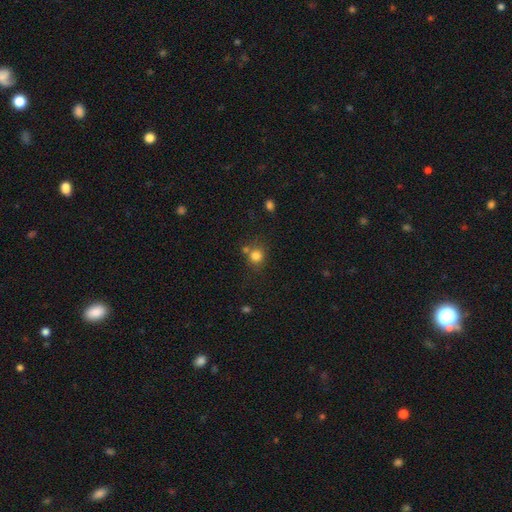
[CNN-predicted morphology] Smooth or featured? Predicted: smooth (p=0.80). How rounded? Predicted: round (p=0.84). Merging? Predicted: none (p=0.63).